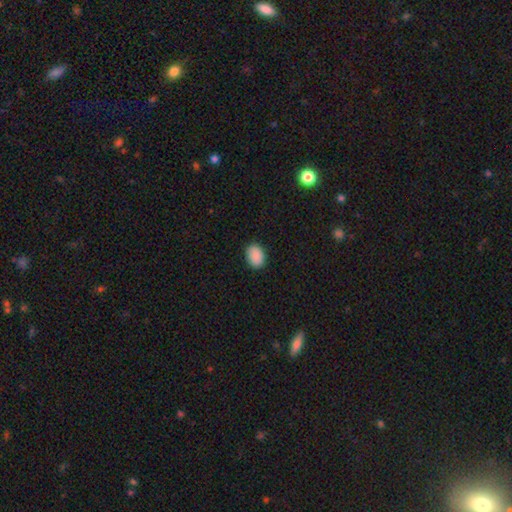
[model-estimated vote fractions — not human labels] smooth-or-featured: smooth: 90% | star or artifact: 8% | featured or disk: 3%
  how-rounded: in between: 74% | round: 25% | cigar-shaped: 1%
  merging: none: 87% | minor disturbance: 10% | major disturbance: 2% | merger: 1%